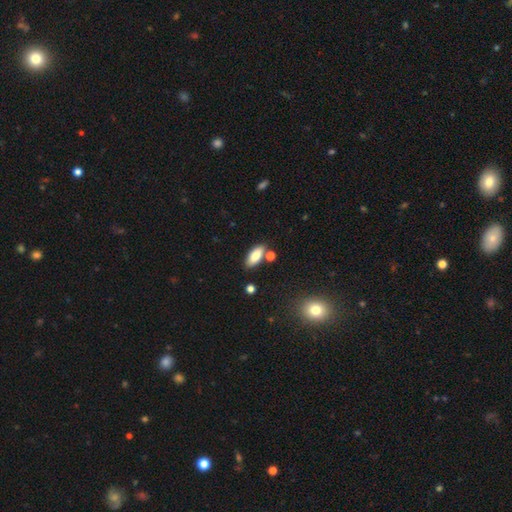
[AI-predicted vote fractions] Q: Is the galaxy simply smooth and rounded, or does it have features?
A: smooth — 82%.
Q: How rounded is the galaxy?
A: in between — 83%.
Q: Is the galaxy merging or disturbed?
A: none — 76%.